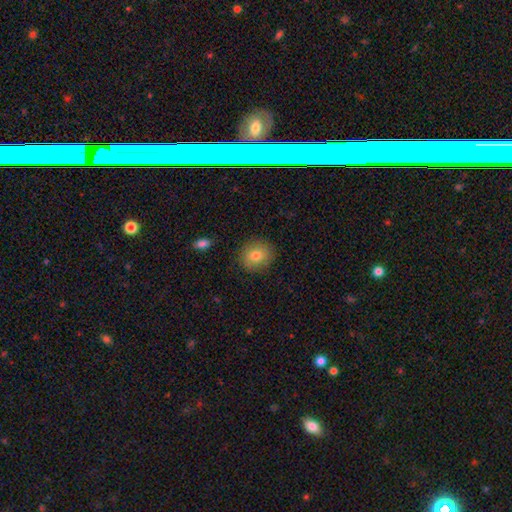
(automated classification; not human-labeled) The model was most divided on "how rounded": round: 79%, in between: 20%, cigar-shaped: 1%. More confident: merging — none (87%); smooth or featured — smooth (78%).